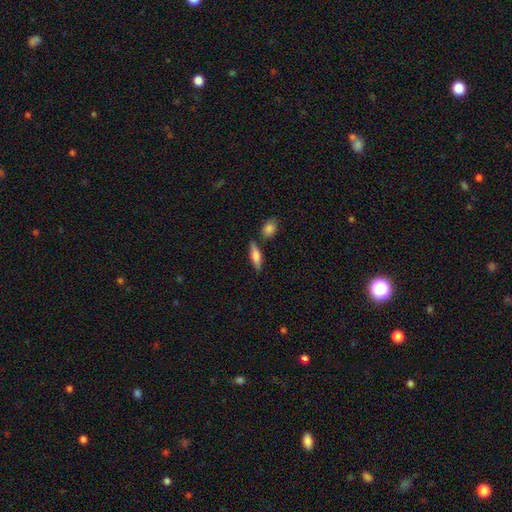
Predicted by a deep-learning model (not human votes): Smooth or featured: smooth — 69% (featured or disk — 25%)
How rounded: cigar-shaped — 52% (in between — 46%)
Merging: none — 78% (minor disturbance — 12%)